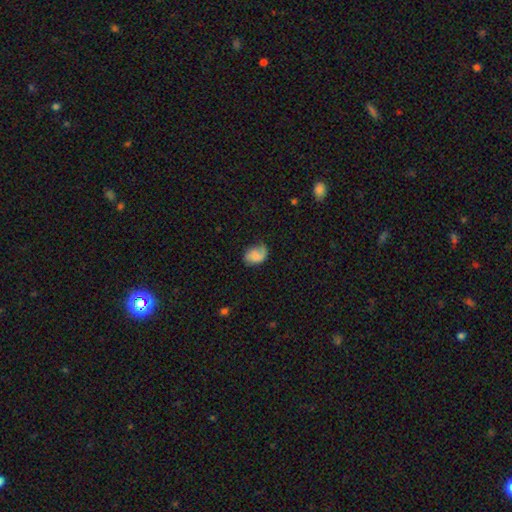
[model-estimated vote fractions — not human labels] smooth-or-featured: smooth: 61% | featured or disk: 31% | star or artifact: 8%
  how-rounded: in between: 69% | round: 30% | cigar-shaped: 1%
  merging: none: 50% | minor disturbance: 32% | major disturbance: 16% | merger: 2%